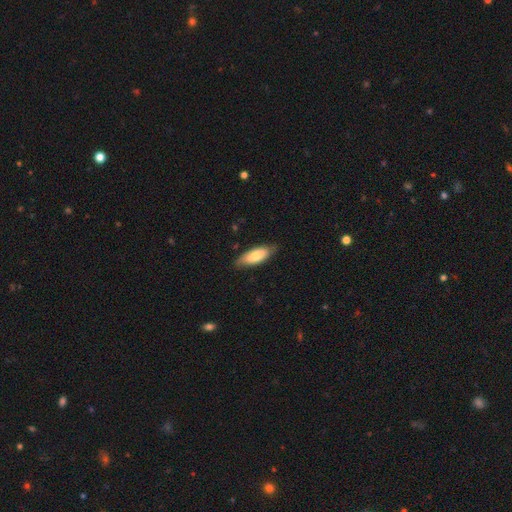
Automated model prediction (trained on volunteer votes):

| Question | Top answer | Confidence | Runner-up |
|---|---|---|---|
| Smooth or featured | smooth | 72% | featured or disk (23%) |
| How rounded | in between | 74% | cigar-shaped (24%) |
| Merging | none | 79% | minor disturbance (17%) |